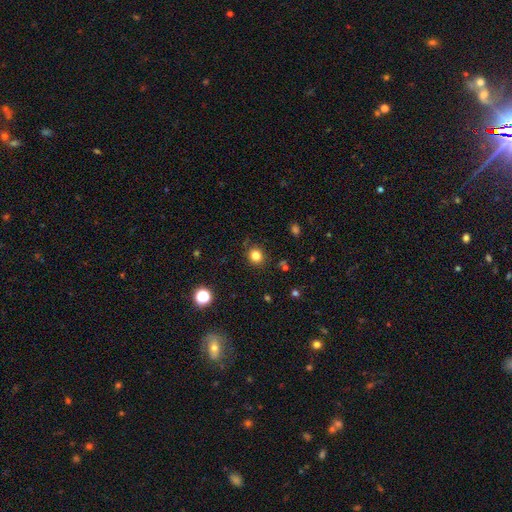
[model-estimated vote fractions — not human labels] Smooth or featured?
  - smooth: 81% *
  - star or artifact: 14%
  - featured or disk: 5%
How rounded?
  - round: 85% *
  - in between: 14%
  - cigar-shaped: 1%
Merging?
  - none: 87% *
  - minor disturbance: 9%
  - major disturbance: 3%
  - merger: 2%